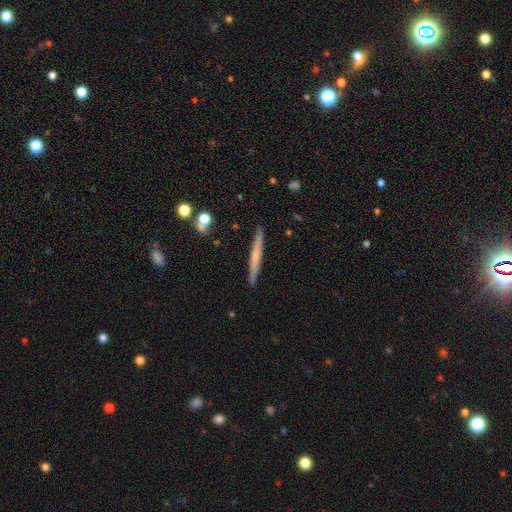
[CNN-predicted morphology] This is possibly a smooth galaxy (51%). How rounded: clearly cigar-shaped (97%). Merging: clearly none (91%).